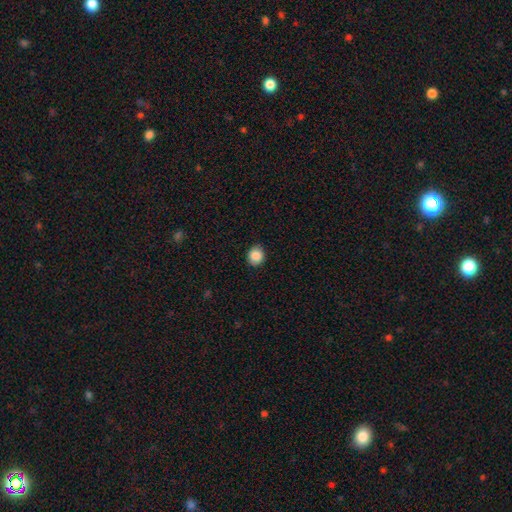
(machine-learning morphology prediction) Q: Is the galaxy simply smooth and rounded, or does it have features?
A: smooth — 87%.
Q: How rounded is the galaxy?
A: round — 80%.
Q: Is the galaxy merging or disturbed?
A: none — 88%.